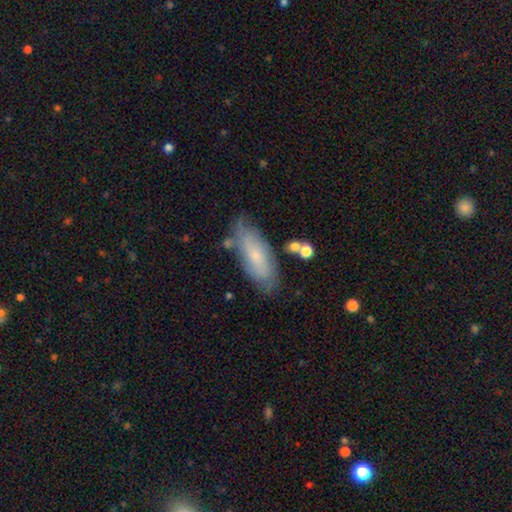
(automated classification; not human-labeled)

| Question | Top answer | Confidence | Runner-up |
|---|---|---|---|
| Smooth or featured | smooth | 48% | featured or disk (45%) |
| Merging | none | 69% | minor disturbance (21%) |